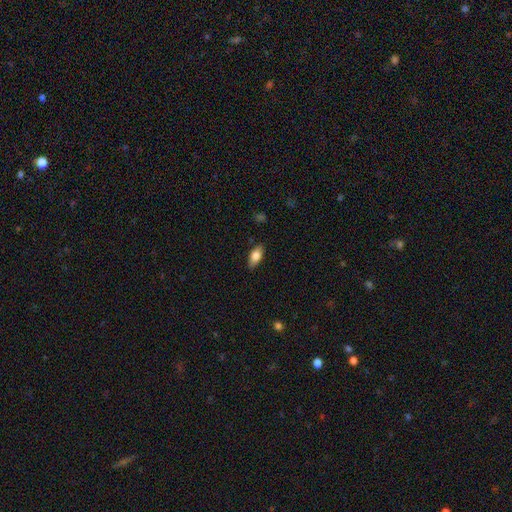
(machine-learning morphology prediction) smooth-or-featured: smooth: 78% | featured or disk: 15% | star or artifact: 7%
  how-rounded: in between: 87% | cigar-shaped: 10% | round: 3%
  merging: none: 85% | minor disturbance: 12% | major disturbance: 2% | merger: 1%